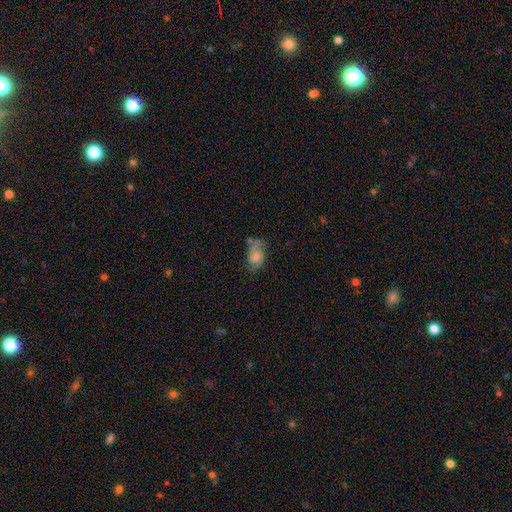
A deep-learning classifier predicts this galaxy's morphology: Overall: smooth (47%; featured or disk 44%). Merging: none (47%; minor disturbance 27%).